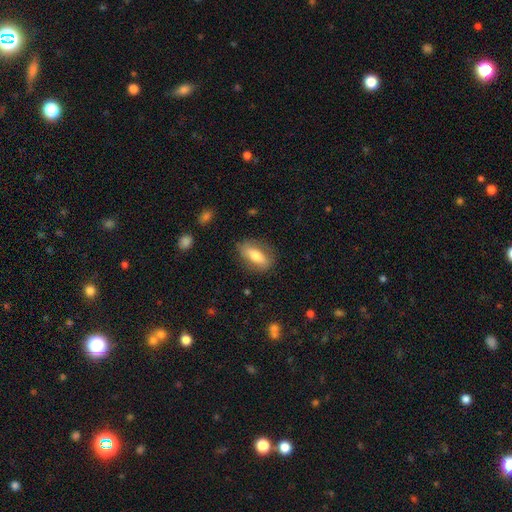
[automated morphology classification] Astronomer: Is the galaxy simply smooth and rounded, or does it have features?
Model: smooth — 67%.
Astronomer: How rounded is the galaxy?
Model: in between — 78%.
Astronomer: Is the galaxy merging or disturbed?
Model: none — 79%.